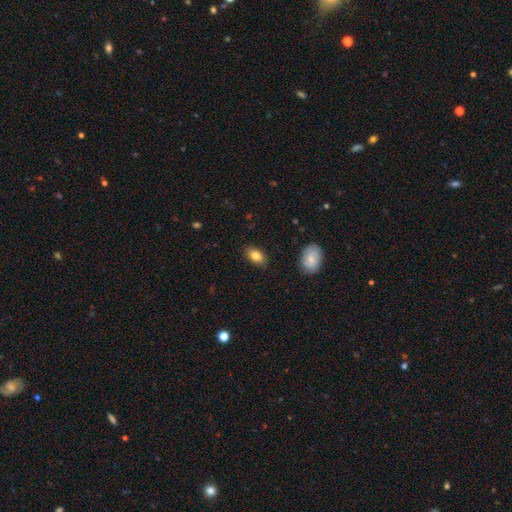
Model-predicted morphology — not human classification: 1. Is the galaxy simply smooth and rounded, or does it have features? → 83% smooth, 9% featured or disk, 8% star or artifact.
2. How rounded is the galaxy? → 88% in between, 10% round, 2% cigar-shaped.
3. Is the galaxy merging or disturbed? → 87% none, 10% minor disturbance, 2% major disturbance, 1% merger.